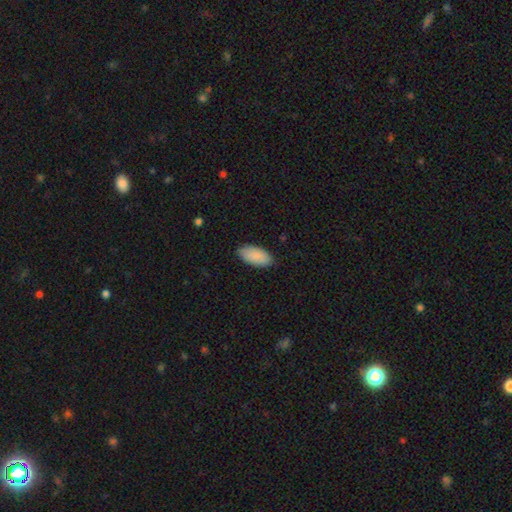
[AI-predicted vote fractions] smooth 89%, star or artifact 6%, featured or disk 5%. Down the decision tree: how rounded — in between (94%); merging — none (86%).